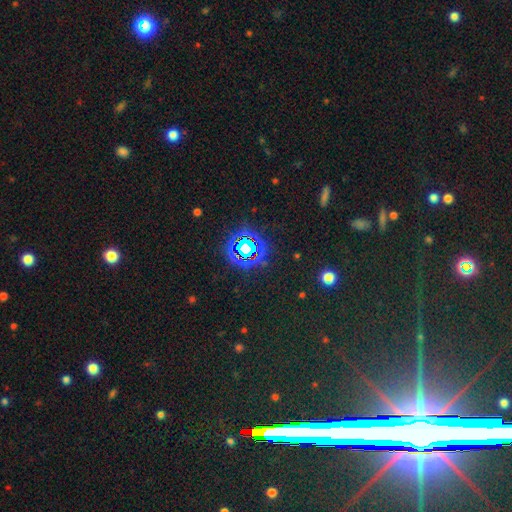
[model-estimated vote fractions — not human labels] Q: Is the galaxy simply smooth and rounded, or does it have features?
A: star or artifact — 70%.